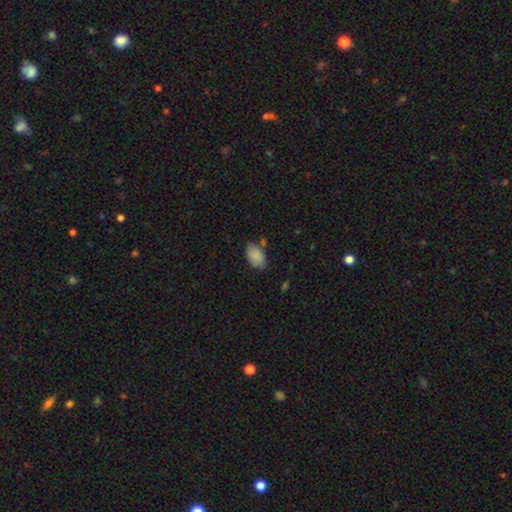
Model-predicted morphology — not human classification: Q: Smooth or featured?
A: smooth (88%); runner-up: star or artifact (7%)
Q: How rounded?
A: in between (92%); runner-up: round (7%)
Q: Merging?
A: none (71%); runner-up: minor disturbance (19%)